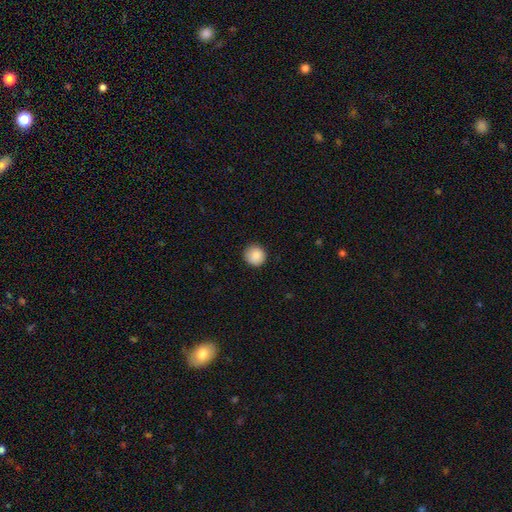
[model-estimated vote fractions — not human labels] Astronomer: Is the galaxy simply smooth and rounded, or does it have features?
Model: smooth — 88%.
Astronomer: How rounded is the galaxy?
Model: round — 94%.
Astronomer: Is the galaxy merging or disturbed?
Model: none — 91%.